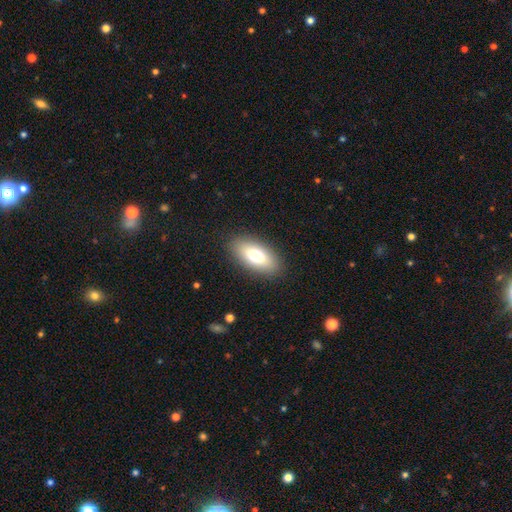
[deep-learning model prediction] A smooth galaxy with no disk features (76%) that is in between round and cigar-shaped (88%). Merging: none (88%).